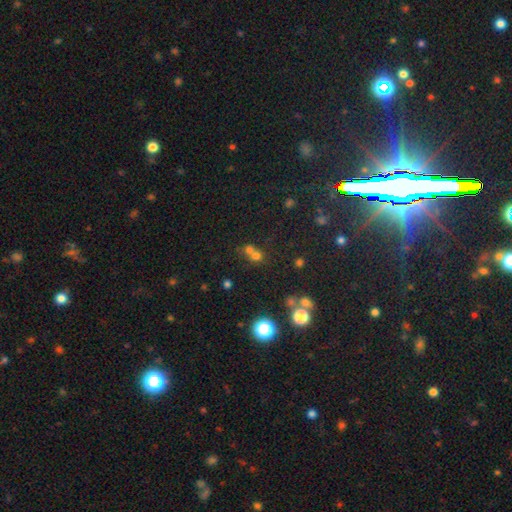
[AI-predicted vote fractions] A smooth galaxy with no disk features (62%) that is round (80%). Merging: merger (54%).